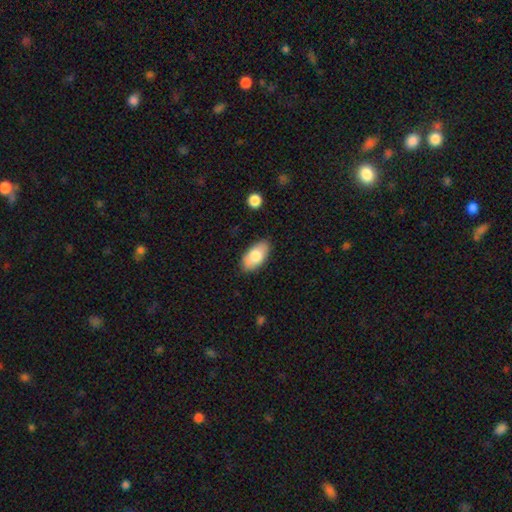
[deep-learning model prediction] smooth 79%, featured or disk 15%, star or artifact 6%. Down the decision tree: how rounded — in between (94%); merging — none (83%).